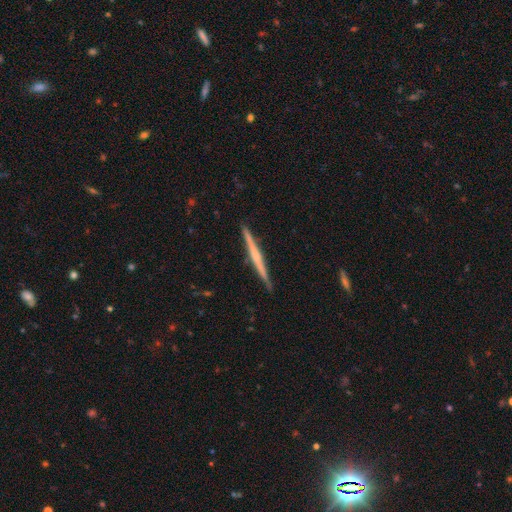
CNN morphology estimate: Smooth or featured? featured or disk (67%)
Edge-on disk? yes (98%)
Edge-on bulge? none (47%)
Merging? none (91%)